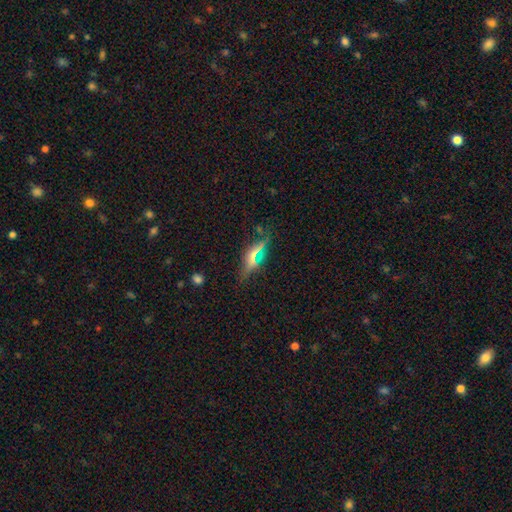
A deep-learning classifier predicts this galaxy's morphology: The model was most divided on "smooth or featured": smooth: 48%, featured or disk: 29%, star or artifact: 23%. More confident: merging — none (78%).